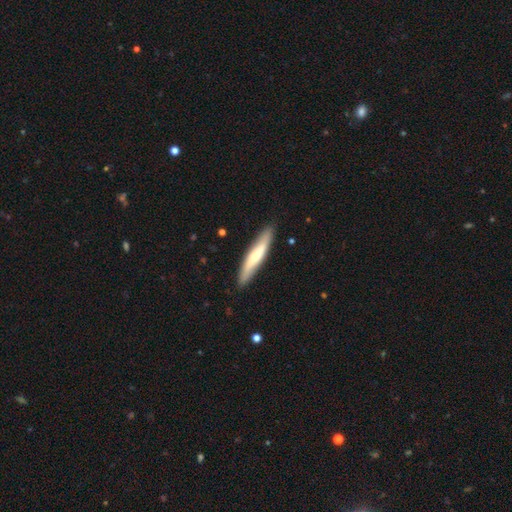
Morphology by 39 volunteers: smooth_or_featured: smooth (p=0.59) [alt: featured or disk p=0.41]
how_rounded: cigar-shaped (p=0.96) [alt: in between p=0.04]
merging: none (p=0.95) [alt: minor disturbance p=0.03]